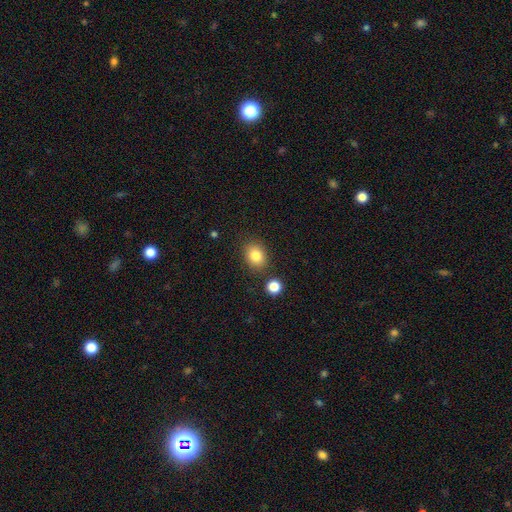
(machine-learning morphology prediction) Q: Smooth or featured?
A: smooth (83%); runner-up: star or artifact (10%)
Q: How rounded?
A: in between (52%); runner-up: round (47%)
Q: Merging?
A: none (82%); runner-up: minor disturbance (10%)